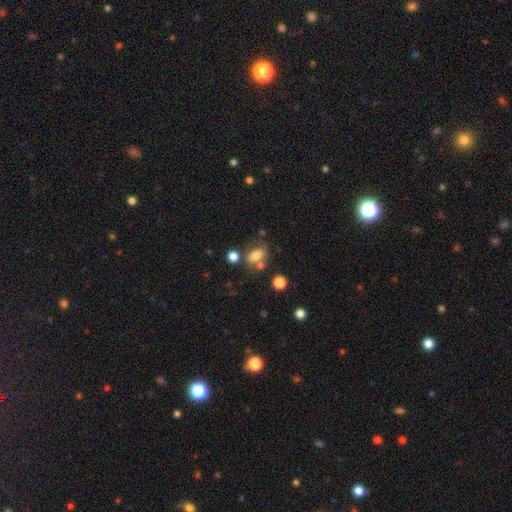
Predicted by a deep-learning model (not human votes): The model was most divided on "merging": none: 56%, merger: 19%, minor disturbance: 18%, major disturbance: 7%. More confident: how rounded — in between (77%); smooth or featured — smooth (72%).